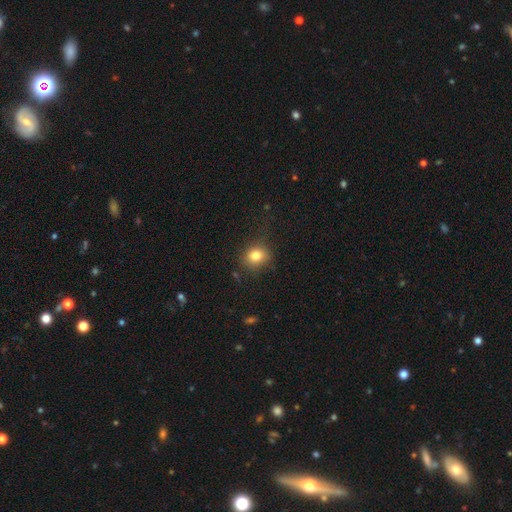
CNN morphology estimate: A smooth galaxy with no disk features (80%) that is round (75%).

Vote fractions:
- Smooth or featured? smooth: 80% / star or artifact: 12% / featured or disk: 7%
- How rounded? round: 75% / in between: 24% / cigar-shaped: 1%
- Merging? none: 78% / minor disturbance: 15% / major disturbance: 6% / merger: 1%